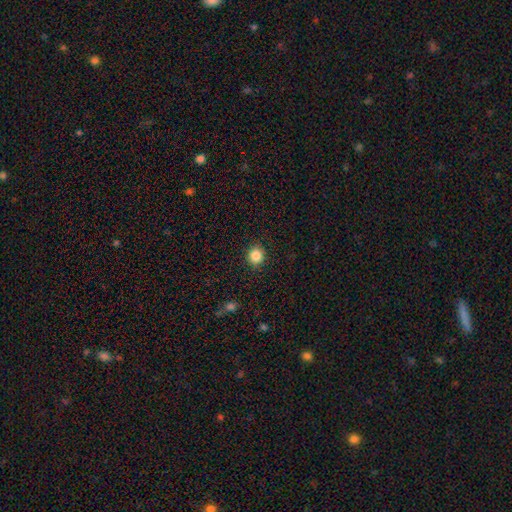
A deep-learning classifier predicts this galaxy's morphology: This appears to be a smooth galaxy with no disk features (85%) that is round (82%). Merging: none (90%).